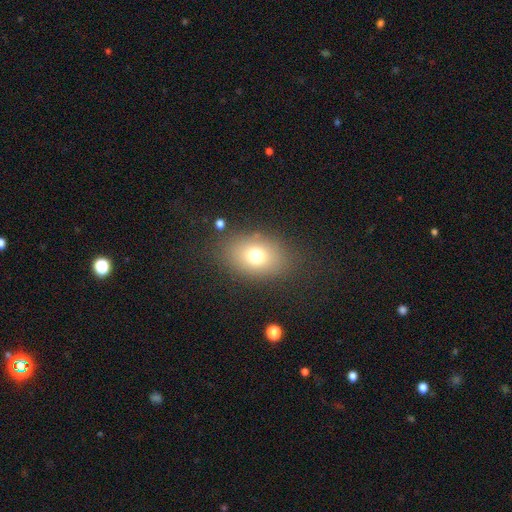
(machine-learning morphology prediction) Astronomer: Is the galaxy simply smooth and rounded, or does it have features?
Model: smooth — 73%.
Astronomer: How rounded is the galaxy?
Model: in between — 73%.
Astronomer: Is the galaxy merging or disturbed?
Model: none — 80%.